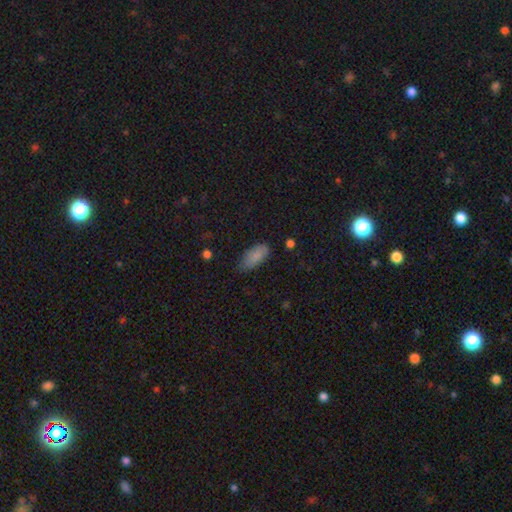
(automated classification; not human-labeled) smooth-or-featured: smooth: 86% | star or artifact: 8% | featured or disk: 7%
  how-rounded: in between: 87% | cigar-shaped: 10% | round: 2%
  merging: none: 68% | minor disturbance: 26% | major disturbance: 5% | merger: 2%